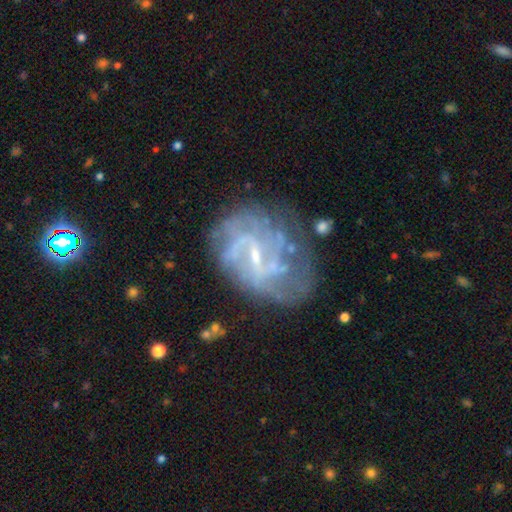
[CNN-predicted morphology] Smooth or featured?
  - featured or disk: 80% *
  - smooth: 11%
  - star or artifact: 9%
Edge-on disk?
  - no: 97% *
  - yes: 3%
Bar?
  - weak: 55% *
  - strong: 23%
  - no: 22%
Spiral arms?
  - yes: 77% *
  - no: 23%
Spiral winding?
  - medium: 38% *
  - tight: 35%
  - loose: 26%
Spiral arm count?
  - can't tell: 46% *
  - 2: 21%
  - 3: 12%
  - 4: 9%
  - 1: 6%
  - more than 4: 5%
Bulge size?
  - small: 65% *
  - moderate: 17%
  - none: 16%
  - large: 1%
  - dominant: 1%
Merging?
  - none: 54% *
  - minor disturbance: 21%
  - major disturbance: 20%
  - merger: 5%